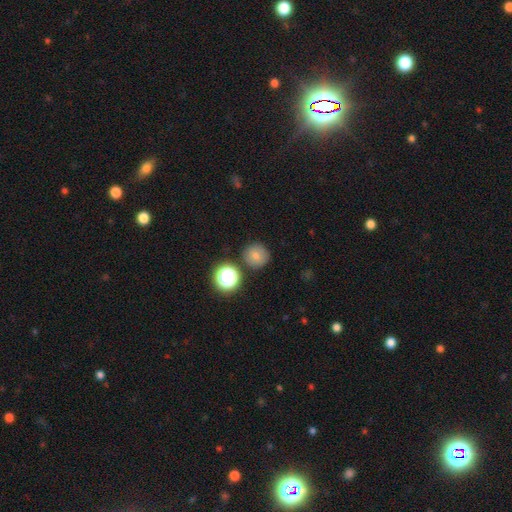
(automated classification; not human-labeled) This appears to be a smooth galaxy with no disk features (75%) that is round (94%). Merging: none (84%).